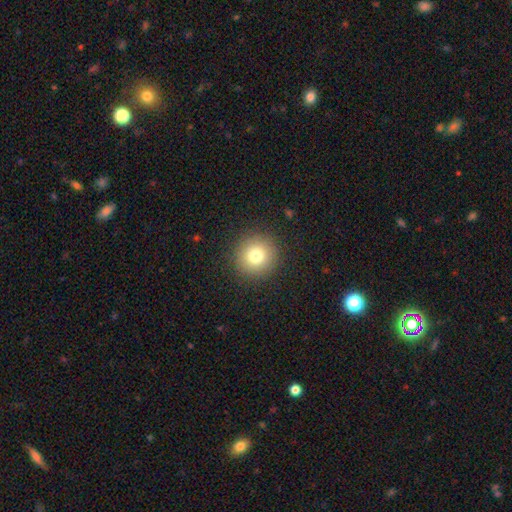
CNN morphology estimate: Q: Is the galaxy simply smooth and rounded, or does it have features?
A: smooth — 78%.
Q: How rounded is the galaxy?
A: round — 95%.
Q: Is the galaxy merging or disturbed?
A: none — 91%.